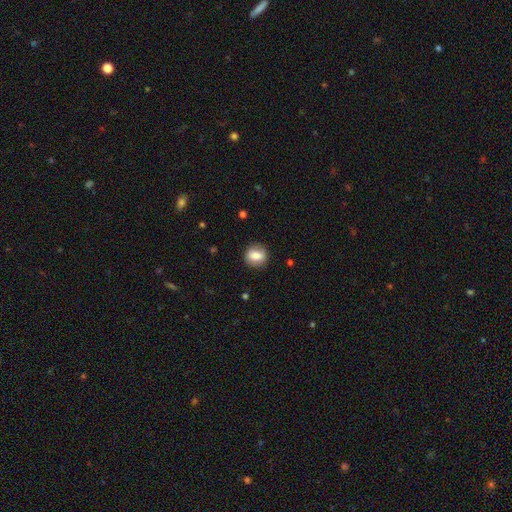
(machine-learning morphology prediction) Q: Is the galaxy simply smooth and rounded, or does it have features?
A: smooth — 78%.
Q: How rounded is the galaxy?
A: round — 70%.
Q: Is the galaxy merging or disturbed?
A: none — 87%.